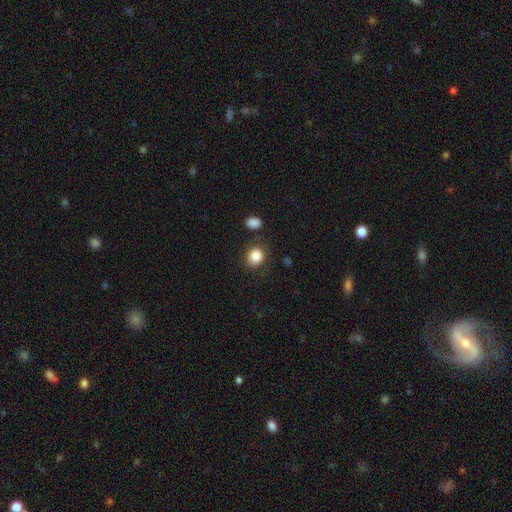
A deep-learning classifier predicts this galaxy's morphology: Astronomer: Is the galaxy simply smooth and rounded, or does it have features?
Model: smooth — 85%.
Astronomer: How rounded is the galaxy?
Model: round — 70%.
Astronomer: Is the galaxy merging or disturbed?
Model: none — 81%.